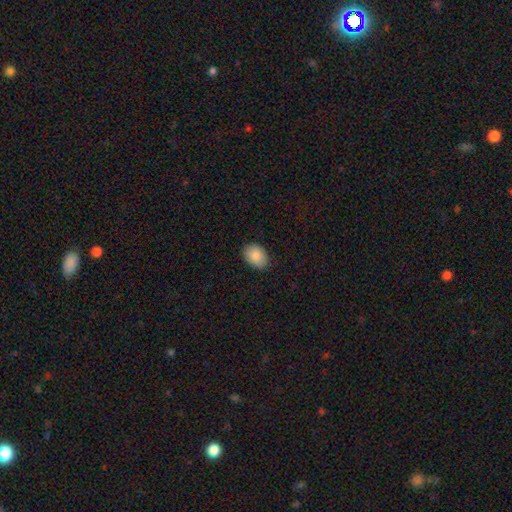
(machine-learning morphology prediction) Smooth or featured? Predicted: smooth (p=0.88). How rounded? Predicted: in between (p=0.78). Merging? Predicted: none (p=0.86).